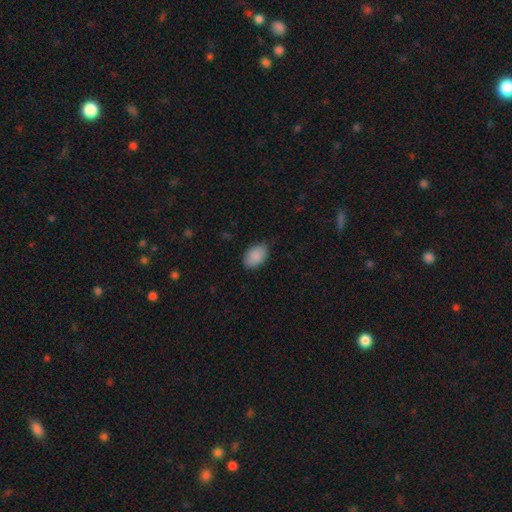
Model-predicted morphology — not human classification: Overall: smooth (90%). How rounded: in between (91%). Merging: none (83%).